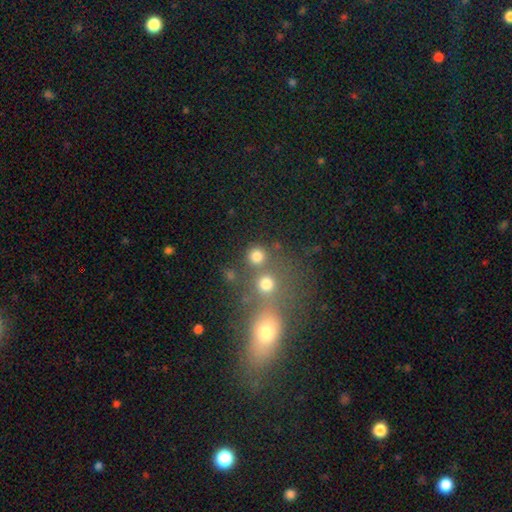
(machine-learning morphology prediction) smooth 63%, star or artifact 22%, featured or disk 15%. Down the decision tree: how rounded — round (76%); merging — none (45%).